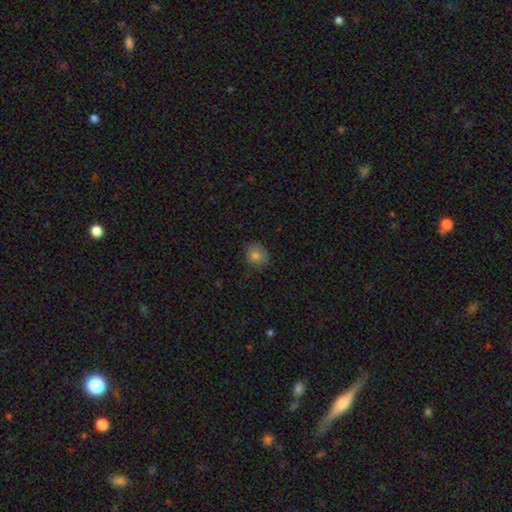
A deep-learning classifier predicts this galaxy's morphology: The model was most divided on "how rounded": round: 74%, in between: 25%, cigar-shaped: 1%. More confident: smooth or featured — smooth (77%); merging — none (74%).